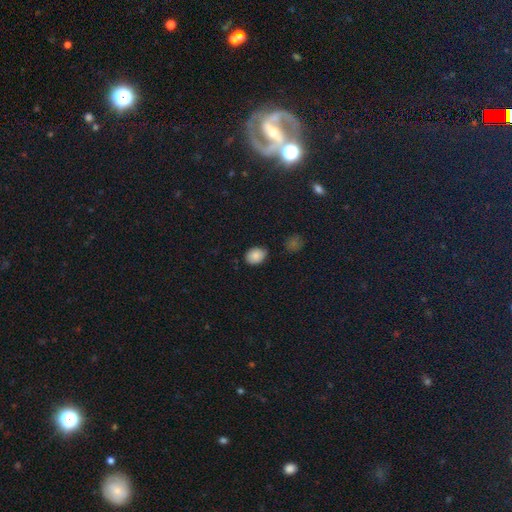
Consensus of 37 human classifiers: smooth_or_featured: smooth (p=0.92) [alt: star or artifact p=0.05]
how_rounded: in between (p=0.71) [alt: round p=0.26]
merging: none (p=0.54) [alt: minor disturbance p=0.40]